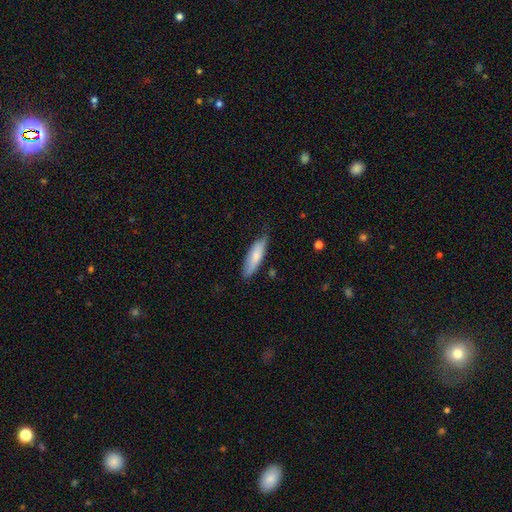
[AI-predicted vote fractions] smooth_or_featured: smooth (p=0.75) [alt: featured or disk p=0.19]
how_rounded: cigar-shaped (p=0.54) [alt: in between p=0.44]
merging: none (p=0.72) [alt: minor disturbance p=0.22]